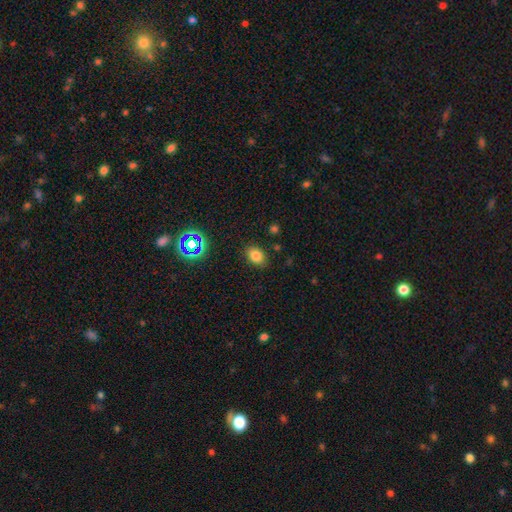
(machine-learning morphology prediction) Smooth or featured? Predicted: smooth (p=0.78). How rounded? Predicted: in between (p=0.70). Merging? Predicted: none (p=0.85).